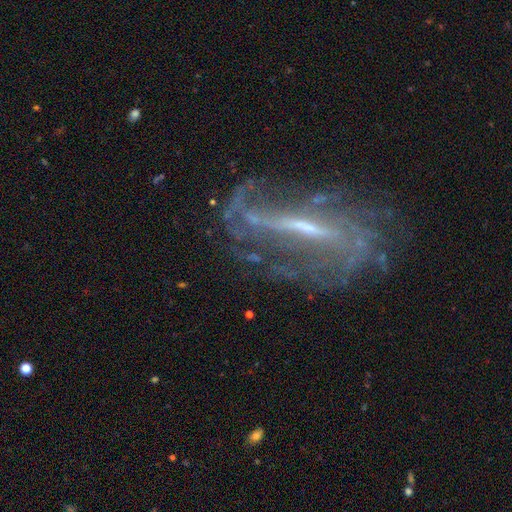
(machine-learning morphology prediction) smooth-or-featured: featured or disk: 84% | star or artifact: 9% | smooth: 7%
  disk-edge-on: no: 78% | yes: 22%
    bar: strong: 63% | weak: 25% | no: 11%
    has-spiral-arms: yes: 85% | no: 15%
      spiral-winding: medium: 35% | loose: 34% | tight: 31%
      spiral-arm-count: can't tell: 38% | 2: 32% | 3: 10% | 4: 7% | 1: 7% | more than 4: 6%
    bulge-size: small: 56% | moderate: 26% | none: 14% | large: 3% | dominant: 1%
  merging: none: 60% | minor disturbance: 19% | major disturbance: 19% | merger: 3%